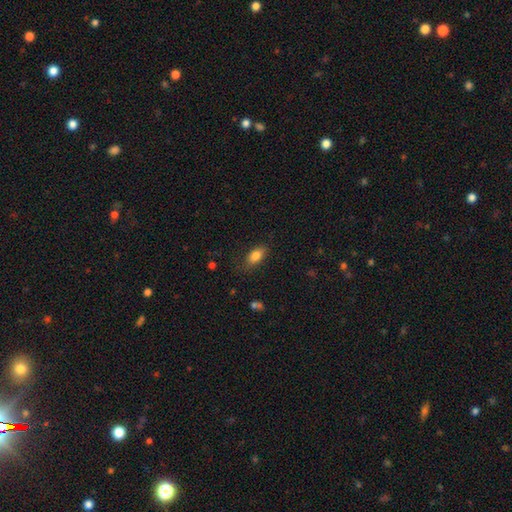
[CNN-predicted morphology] This is clearly a smooth galaxy (82%). How rounded: clearly in between (86%). Merging: clearly none (80%).